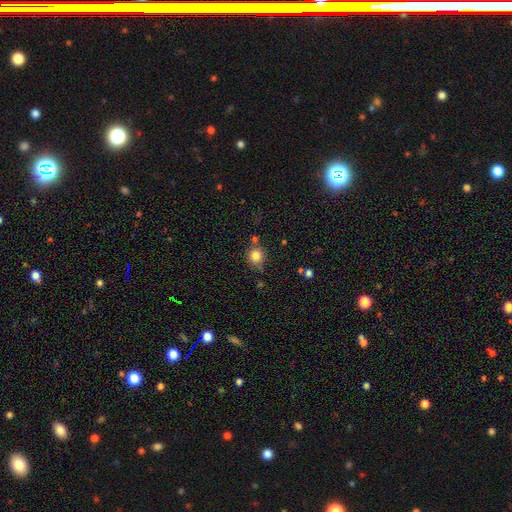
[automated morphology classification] smooth_or_featured: smooth (p=0.83) [alt: star or artifact p=0.11]
how_rounded: round (p=0.86) [alt: in between p=0.13]
merging: none (p=0.69) [alt: minor disturbance p=0.18]